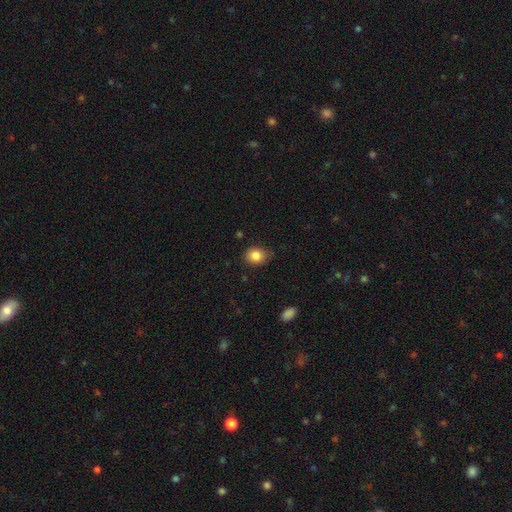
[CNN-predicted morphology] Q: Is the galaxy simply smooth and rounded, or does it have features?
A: smooth — 84%.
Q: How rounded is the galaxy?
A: round — 54%.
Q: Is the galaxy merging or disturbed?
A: none — 78%.